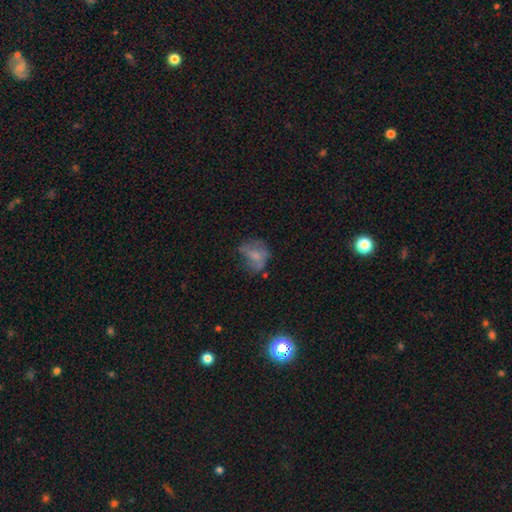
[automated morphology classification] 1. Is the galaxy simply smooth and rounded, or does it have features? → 52% smooth, 35% featured or disk, 13% star or artifact.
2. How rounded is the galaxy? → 54% in between, 45% round, 1% cigar-shaped.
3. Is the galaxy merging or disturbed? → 37% none, 31% major disturbance, 27% minor disturbance, 4% merger.